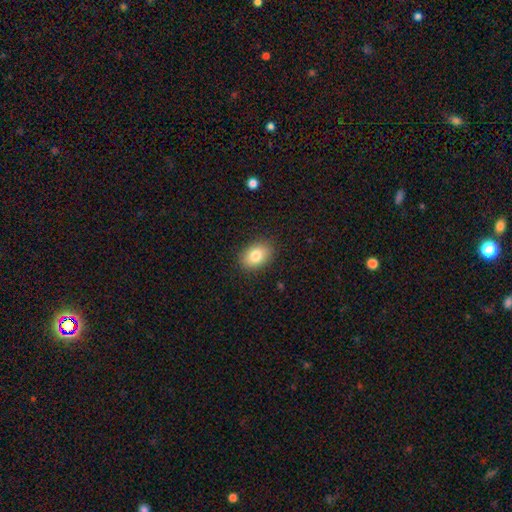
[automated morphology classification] Q: Smooth or featured?
A: smooth (82%); runner-up: featured or disk (10%)
Q: How rounded?
A: in between (79%); runner-up: round (20%)
Q: Merging?
A: none (88%); runner-up: minor disturbance (9%)